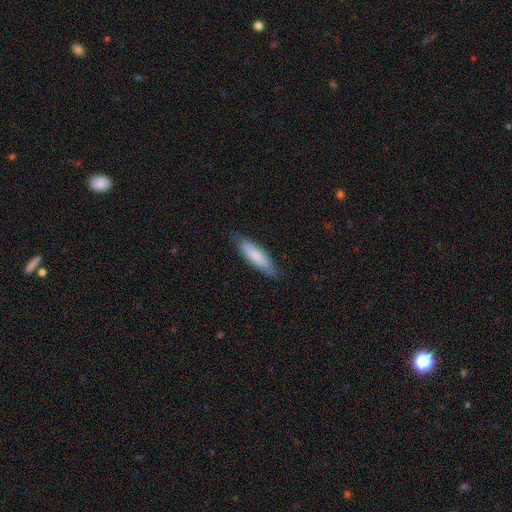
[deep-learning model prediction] smooth 79%, featured or disk 16%, star or artifact 5%. Down the decision tree: how rounded — cigar-shaped (64%); merging — none (82%).